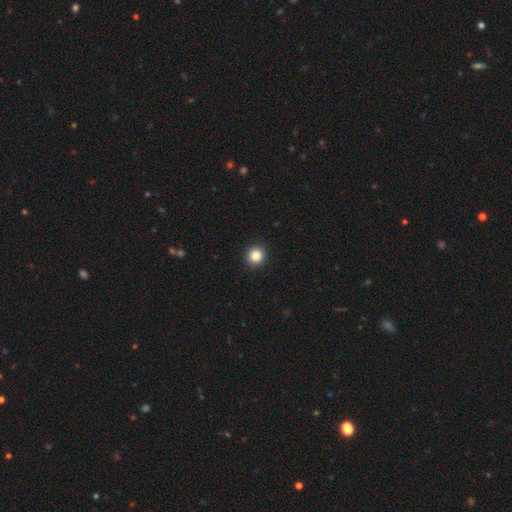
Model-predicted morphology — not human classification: Smooth or featured? Predicted: smooth (p=0.86). How rounded? Predicted: round (p=0.92). Merging? Predicted: none (p=0.92).